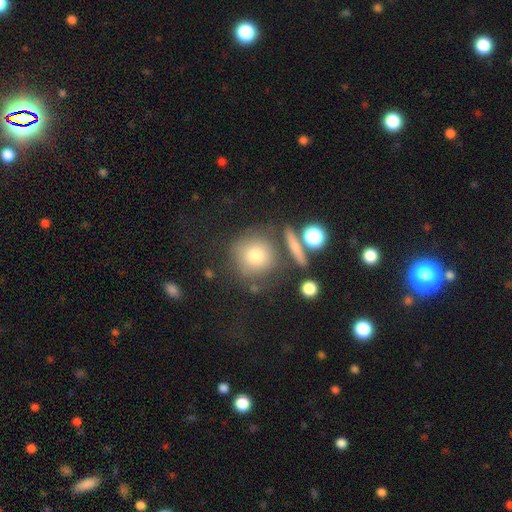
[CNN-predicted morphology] A smooth galaxy with no disk features (72%) that is round (89%). Merging: none (67%).